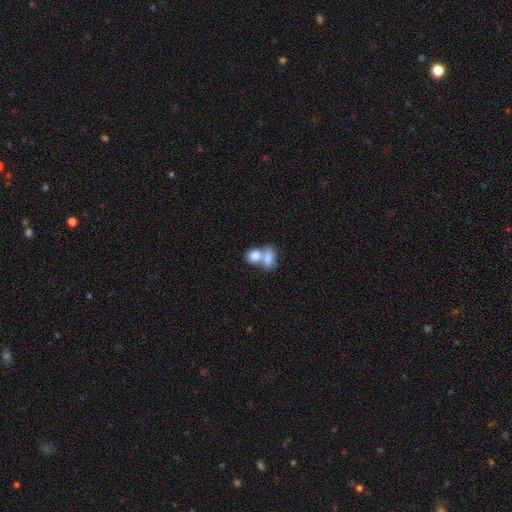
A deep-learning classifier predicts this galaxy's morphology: This appears to be a smooth galaxy with no disk features (81%) that is in between round and cigar-shaped (66%). Merging: merger (69%).